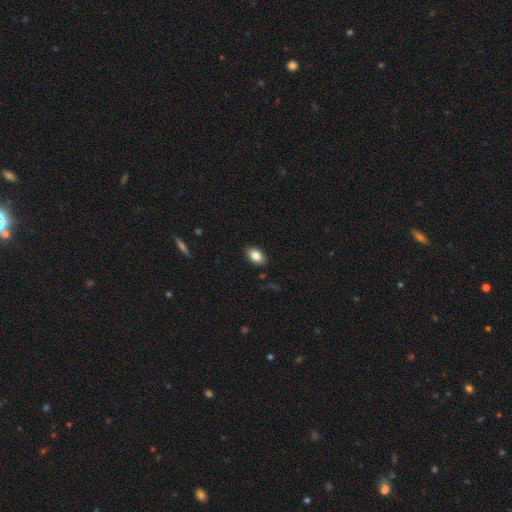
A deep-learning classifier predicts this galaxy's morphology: Smooth or featured? smooth (84%)
How rounded? in between (88%)
Merging? none (88%)